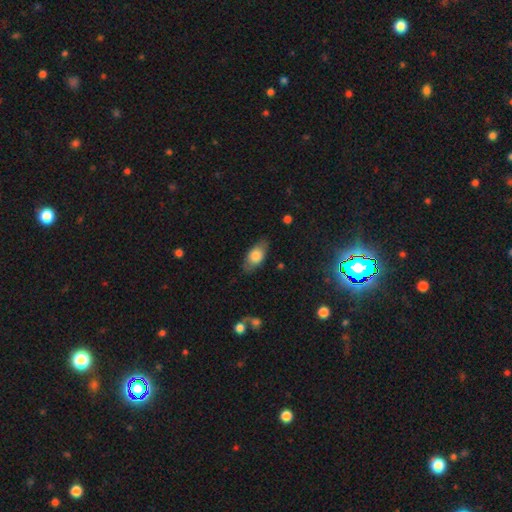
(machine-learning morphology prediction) Smooth or featured? Predicted: smooth (p=0.74). How rounded? Predicted: in between (p=0.88). Merging? Predicted: none (p=0.77).